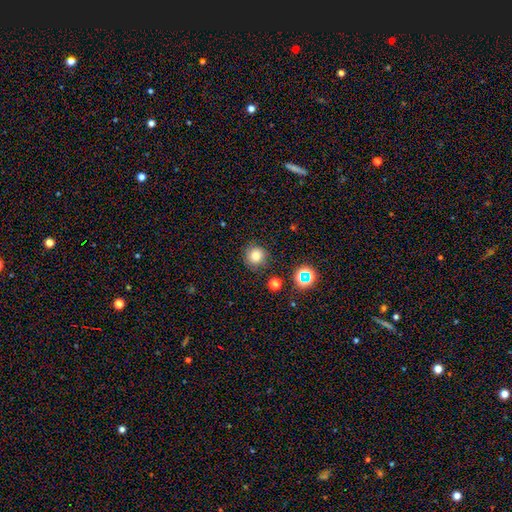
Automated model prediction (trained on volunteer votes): A smooth galaxy with no disk features (78%) that is round (92%).

Vote fractions:
- Smooth or featured? smooth: 78% / star or artifact: 15% / featured or disk: 7%
- How rounded? round: 92% / in between: 7% / cigar-shaped: 1%
- Merging? none: 84% / minor disturbance: 10% / major disturbance: 3% / merger: 3%